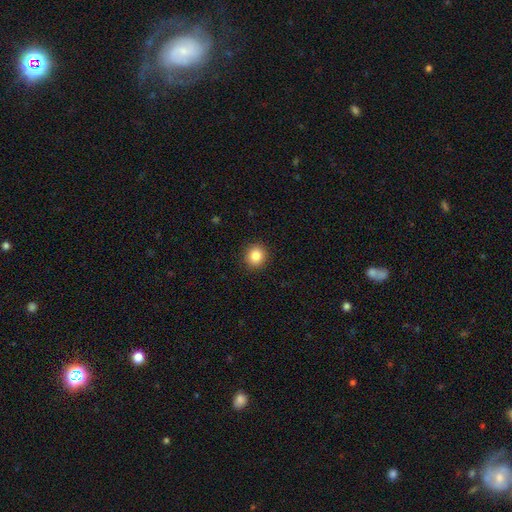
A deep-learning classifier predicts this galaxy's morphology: smooth_or_featured: smooth (p=0.85) [alt: star or artifact p=0.10]
how_rounded: round (p=0.89) [alt: in between p=0.10]
merging: none (p=0.92) [alt: minor disturbance p=0.05]